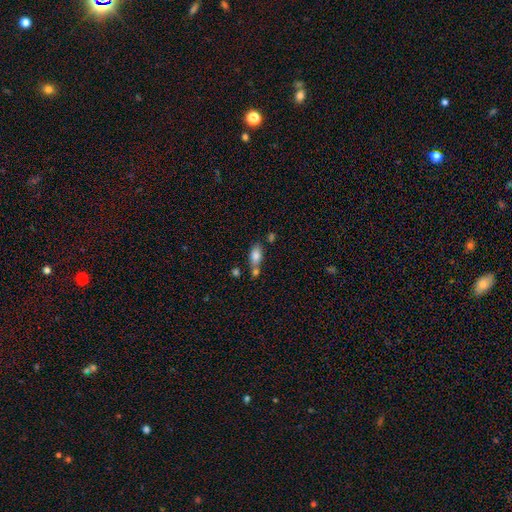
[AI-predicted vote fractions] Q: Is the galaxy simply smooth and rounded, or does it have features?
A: smooth — 80%.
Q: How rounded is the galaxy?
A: in between — 85%.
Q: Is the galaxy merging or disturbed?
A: none — 46%.